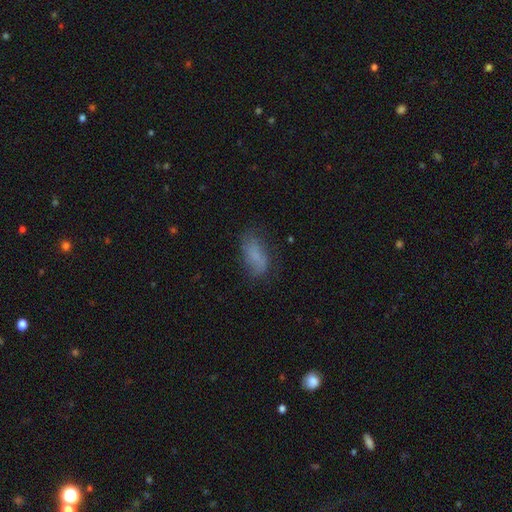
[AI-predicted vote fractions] Smooth or featured? Predicted: smooth (p=0.69). How rounded? Predicted: in between (p=0.85). Merging? Predicted: none (p=0.60).